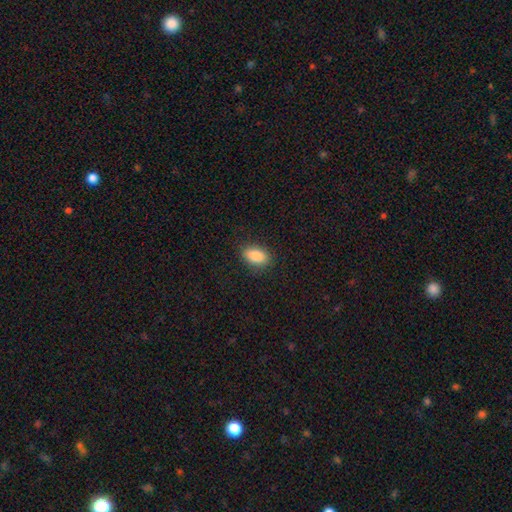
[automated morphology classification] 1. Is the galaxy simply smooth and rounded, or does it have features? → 88% smooth, 8% star or artifact, 4% featured or disk.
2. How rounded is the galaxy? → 89% in between, 7% round, 3% cigar-shaped.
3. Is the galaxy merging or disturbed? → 86% none, 10% minor disturbance, 3% major disturbance, 1% merger.